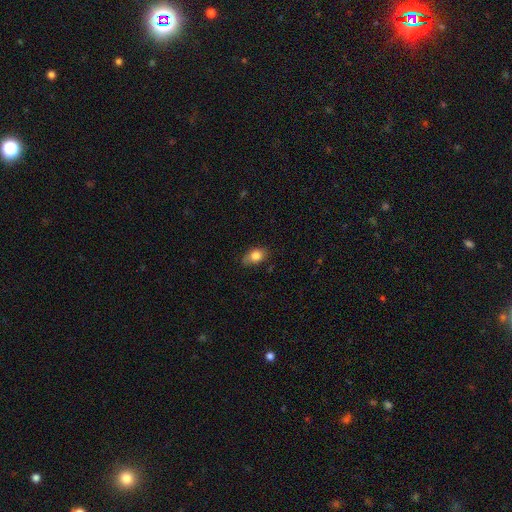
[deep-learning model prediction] Morphology: type=smooth (83%); roundness=in between (77%); merging=none (66%).